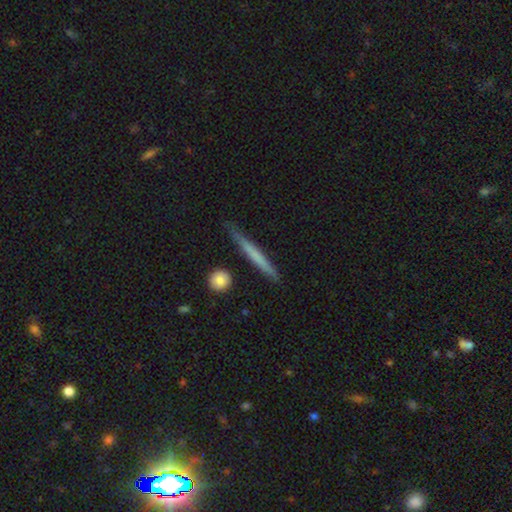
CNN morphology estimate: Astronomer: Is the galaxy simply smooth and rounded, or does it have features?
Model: smooth — 55% (runner-up: featured or disk, 39%).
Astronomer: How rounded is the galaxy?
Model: cigar-shaped — 95%.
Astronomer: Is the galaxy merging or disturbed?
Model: none — 82%.